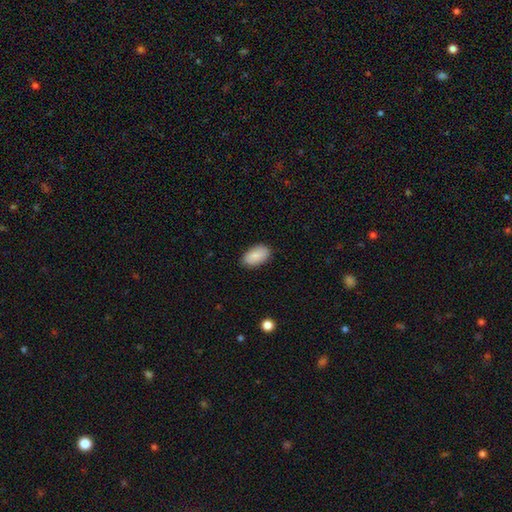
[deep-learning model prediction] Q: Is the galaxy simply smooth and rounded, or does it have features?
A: smooth — 88%.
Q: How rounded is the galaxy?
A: in between — 94%.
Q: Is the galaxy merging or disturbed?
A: none — 87%.